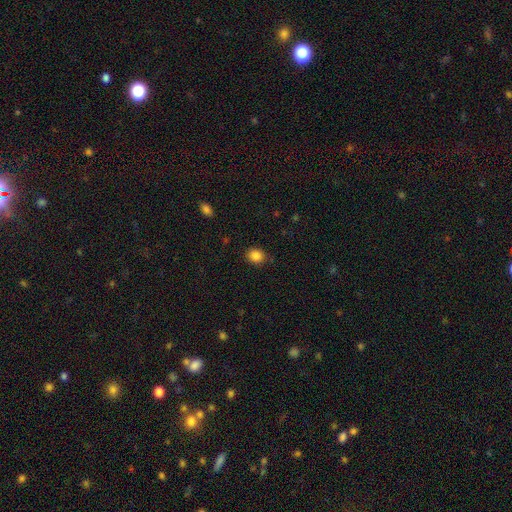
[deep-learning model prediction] smooth_or_featured: smooth (p=0.86) [alt: star or artifact p=0.10]
how_rounded: round (p=0.65) [alt: in between p=0.34]
merging: none (p=0.83) [alt: minor disturbance p=0.12]